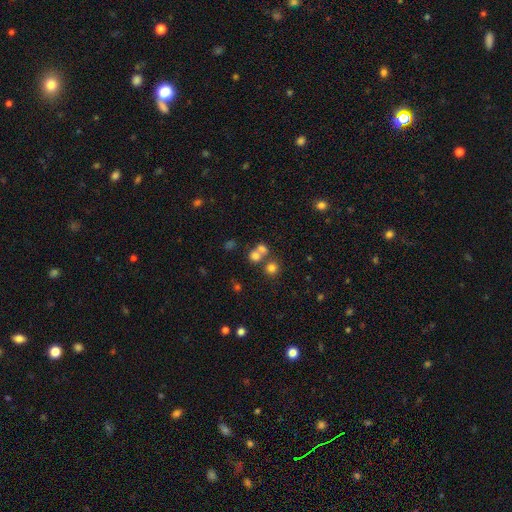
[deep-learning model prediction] Smooth or featured? Predicted: smooth (p=0.68). How rounded? Predicted: round (p=0.82). Merging? Predicted: none (p=0.47).